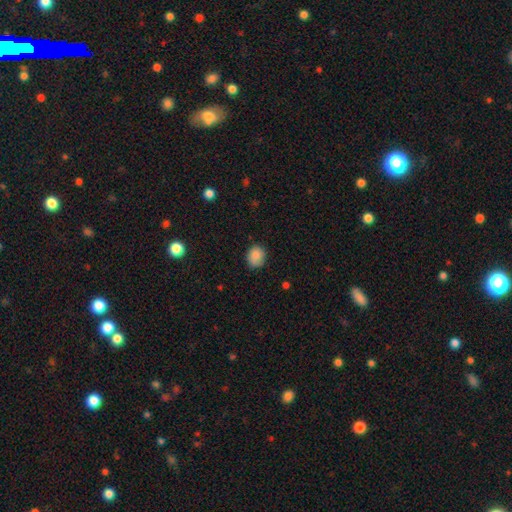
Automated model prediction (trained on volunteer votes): smooth 85%, star or artifact 8%, featured or disk 6%. Down the decision tree: how rounded — round (70%); merging — none (77%).